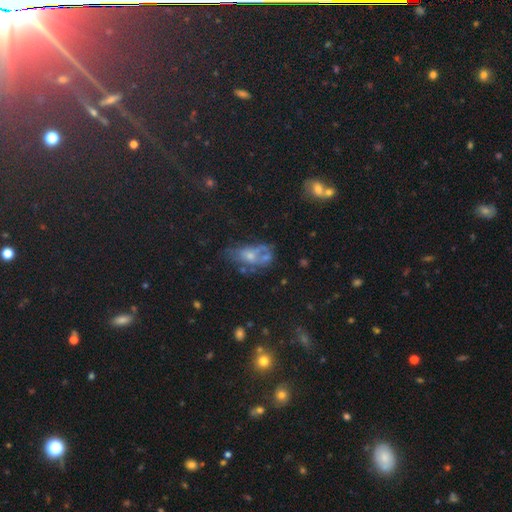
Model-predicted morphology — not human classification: This appears to be a smooth galaxy with no disk features (38%). Merging: none (39%).